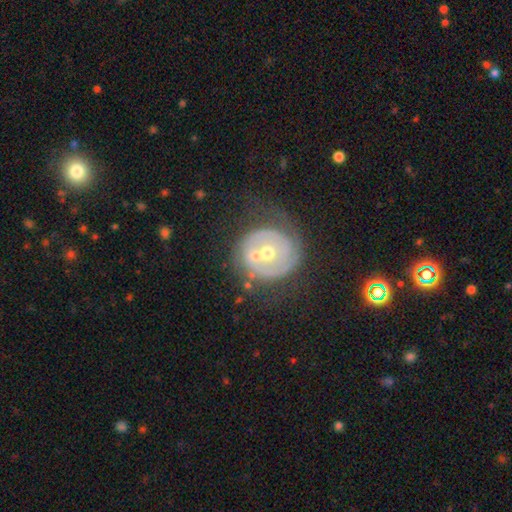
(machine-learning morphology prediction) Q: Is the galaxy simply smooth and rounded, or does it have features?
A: featured or disk — 67%.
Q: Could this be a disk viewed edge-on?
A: no — 97%.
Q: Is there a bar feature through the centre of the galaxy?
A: no — 84%.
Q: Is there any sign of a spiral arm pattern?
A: yes — 57%.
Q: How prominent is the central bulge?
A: moderate — 64%.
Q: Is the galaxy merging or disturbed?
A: none — 41%.